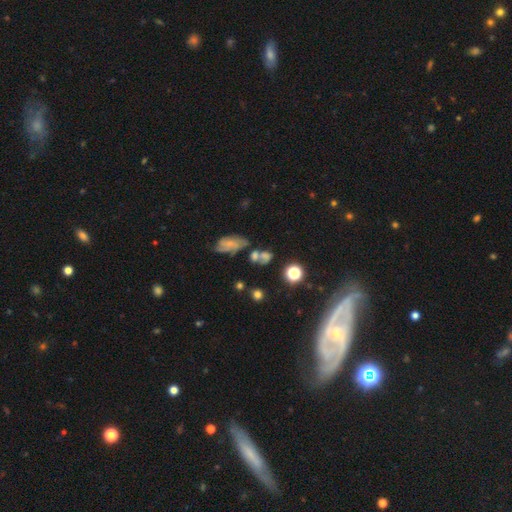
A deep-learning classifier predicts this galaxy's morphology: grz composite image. It shows a smooth galaxy with no disk features (42%). Merging: none (49%).